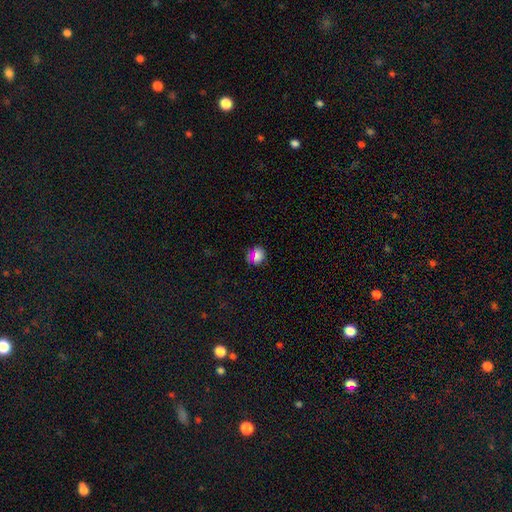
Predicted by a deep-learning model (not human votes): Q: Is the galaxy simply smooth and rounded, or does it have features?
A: smooth — 70%.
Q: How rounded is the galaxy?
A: round — 75%.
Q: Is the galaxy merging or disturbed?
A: none — 74%.